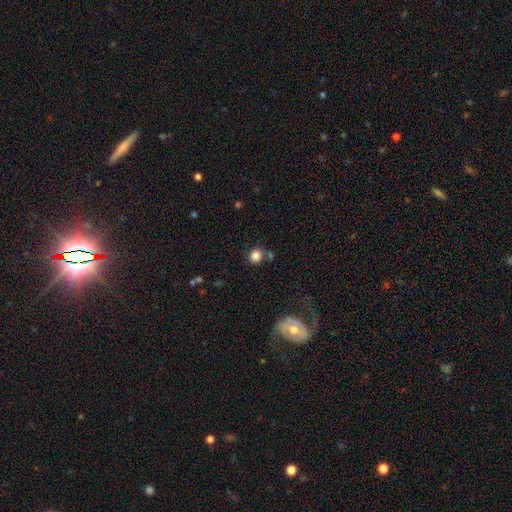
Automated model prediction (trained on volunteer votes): Smooth or featured: smooth — 84% (star or artifact — 11%)
How rounded: round — 80% (in between — 19%)
Merging: none — 74% (minor disturbance — 11%)